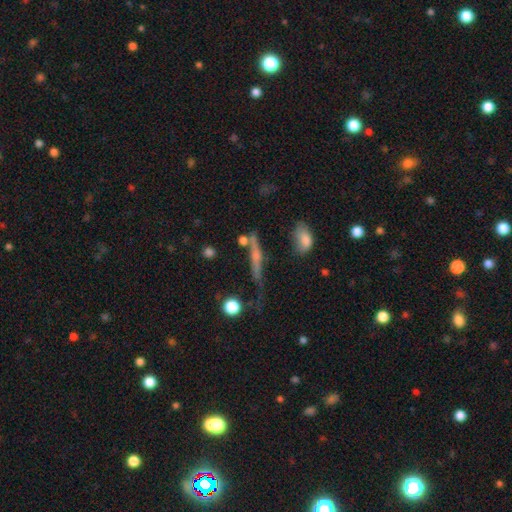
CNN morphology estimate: Q: Smooth or featured?
A: featured or disk (55%); runner-up: smooth (32%)
Q: Edge-on disk?
A: yes (90%); runner-up: no (10%)
Q: Merging?
A: none (60%); runner-up: minor disturbance (21%)